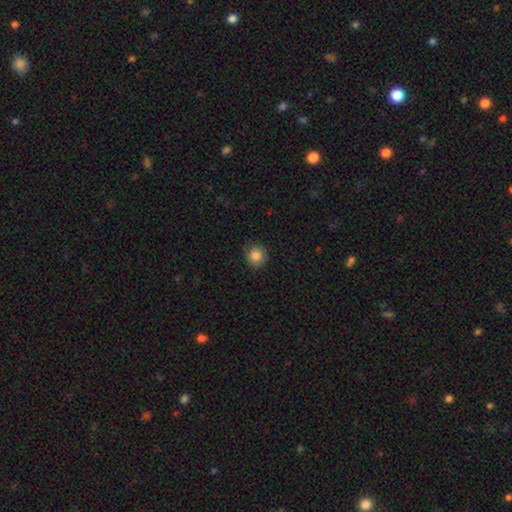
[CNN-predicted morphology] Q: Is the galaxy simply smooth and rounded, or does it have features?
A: smooth — 86%.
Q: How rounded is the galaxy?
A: round — 89%.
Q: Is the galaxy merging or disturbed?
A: none — 84%.